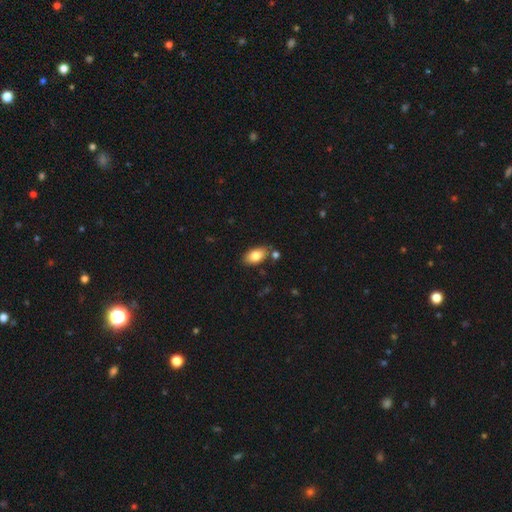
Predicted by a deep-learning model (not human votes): This appears to be a smooth galaxy with no disk features (82%) that is in between round and cigar-shaped (92%). Merging: none (74%).